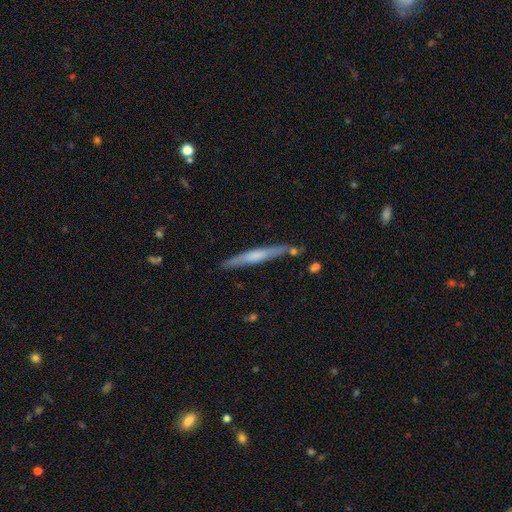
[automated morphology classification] Smooth or featured? featured or disk (48%)
Merging? none (81%)